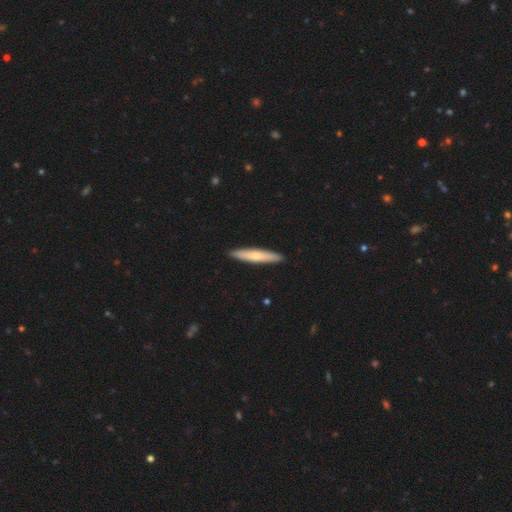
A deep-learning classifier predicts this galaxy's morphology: A smooth galaxy with no disk features (59%) that is cigar-shaped (91%).

Vote fractions:
- Smooth or featured? smooth: 59% / featured or disk: 36% / star or artifact: 5%
- How rounded? cigar-shaped: 91% / in between: 7% / round: 1%
- Merging? none: 92% / minor disturbance: 6% / major disturbance: 1% / merger: 1%